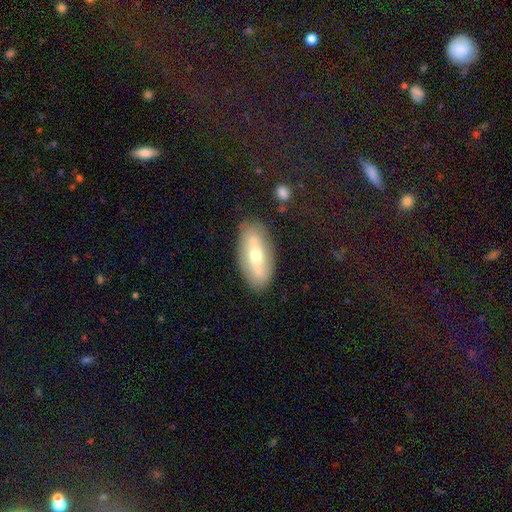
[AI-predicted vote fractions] smooth_or_featured: featured or disk (p=0.48) [alt: smooth p=0.45]
merging: none (p=0.81) [alt: minor disturbance p=0.13]